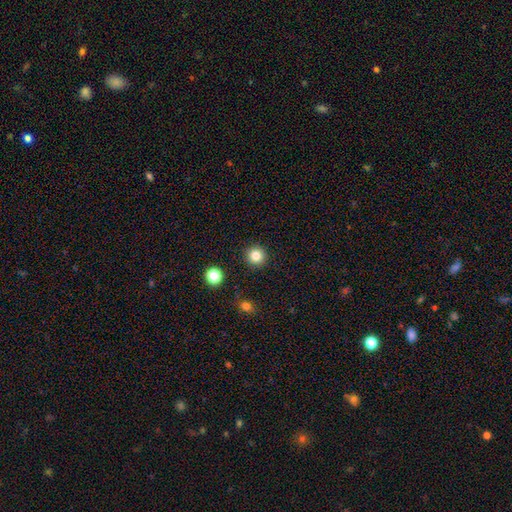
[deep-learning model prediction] smooth_or_featured: smooth (p=0.82) [alt: star or artifact p=0.12]
how_rounded: round (p=0.95) [alt: in between p=0.04]
merging: none (p=0.92) [alt: minor disturbance p=0.05]